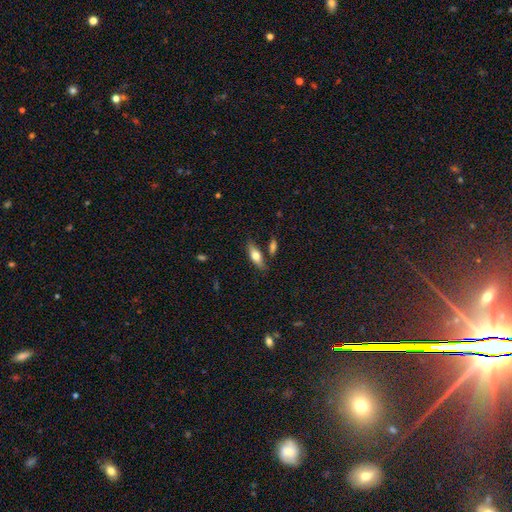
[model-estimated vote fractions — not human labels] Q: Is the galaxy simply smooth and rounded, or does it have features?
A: smooth — 62%.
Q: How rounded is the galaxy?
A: in between — 61%.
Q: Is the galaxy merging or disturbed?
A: none — 77%.